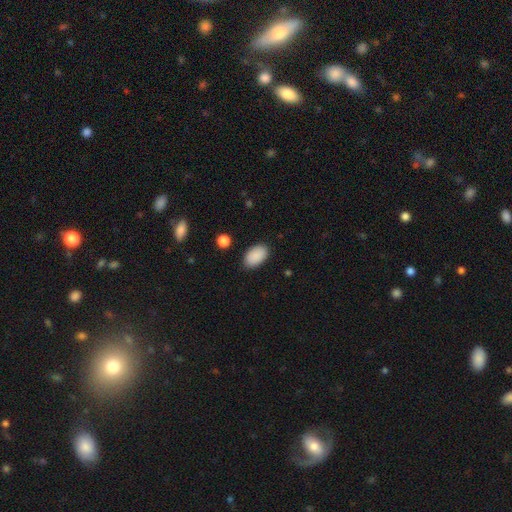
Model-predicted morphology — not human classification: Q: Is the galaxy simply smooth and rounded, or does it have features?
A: smooth — 90%.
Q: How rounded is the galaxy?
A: in between — 93%.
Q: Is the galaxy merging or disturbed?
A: none — 87%.